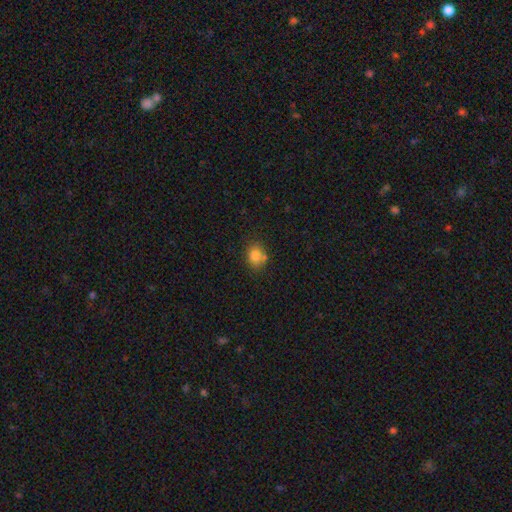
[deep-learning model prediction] This appears to be a smooth galaxy with no disk features (82%) that is round (59%). Merging: none (64%).